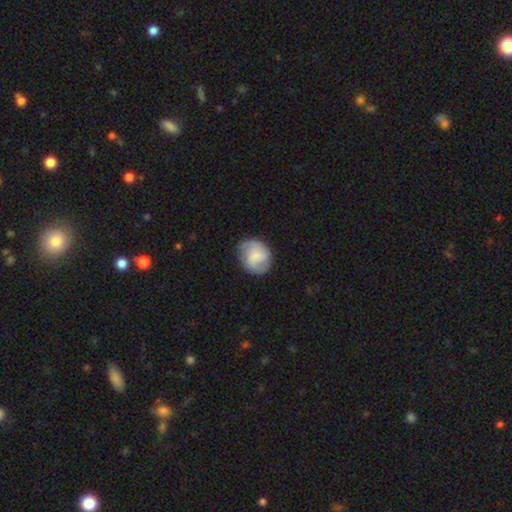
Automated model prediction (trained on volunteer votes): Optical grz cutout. It shows a featured or disk galaxy (57%) with no bar (49%), 2 (68%) medium (47%) spiral arms (91%) and a small central bulge (48%). Merging: none (74%).